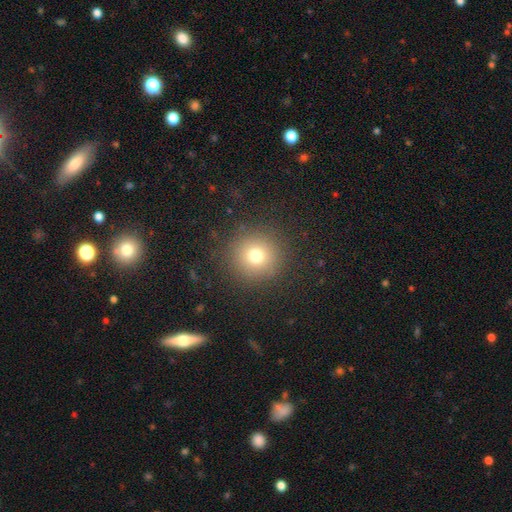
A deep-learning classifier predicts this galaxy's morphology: smooth_or_featured: smooth (p=0.73) [alt: star or artifact p=0.17]
how_rounded: round (p=0.94) [alt: in between p=0.05]
merging: none (p=0.89) [alt: minor disturbance p=0.07]